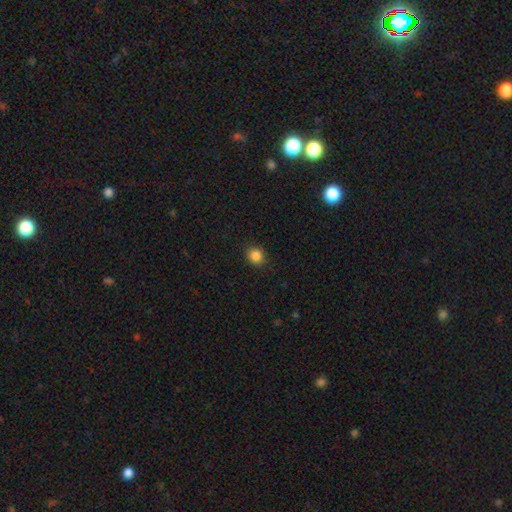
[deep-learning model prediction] Smooth or featured? smooth (86%)
How rounded? round (81%)
Merging? none (90%)